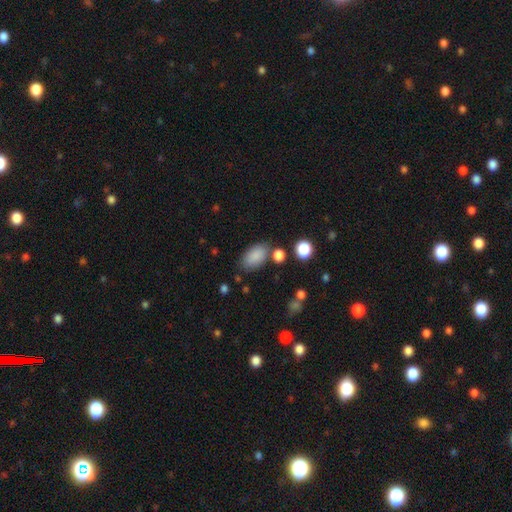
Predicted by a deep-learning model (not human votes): A smooth galaxy with no disk features (86%) that is in between round and cigar-shaped (92%).

Vote fractions:
- Smooth or featured? smooth: 86% / star or artifact: 8% / featured or disk: 6%
- How rounded? in between: 92% / round: 6% / cigar-shaped: 2%
- Merging? none: 74% / minor disturbance: 14% / merger: 7% / major disturbance: 4%